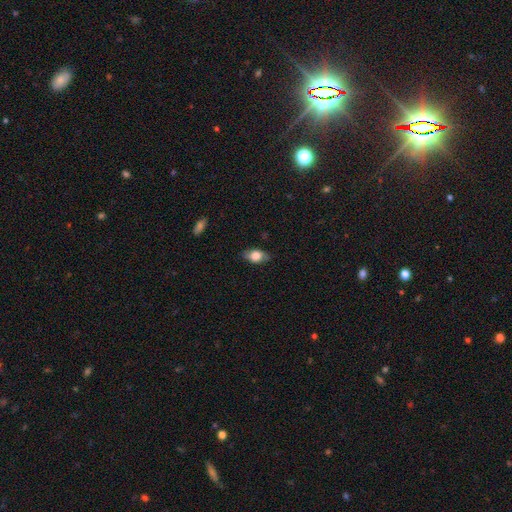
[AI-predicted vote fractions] This appears to be a smooth galaxy with no disk features (75%) that is in between round and cigar-shaped (87%). Merging: none (81%).